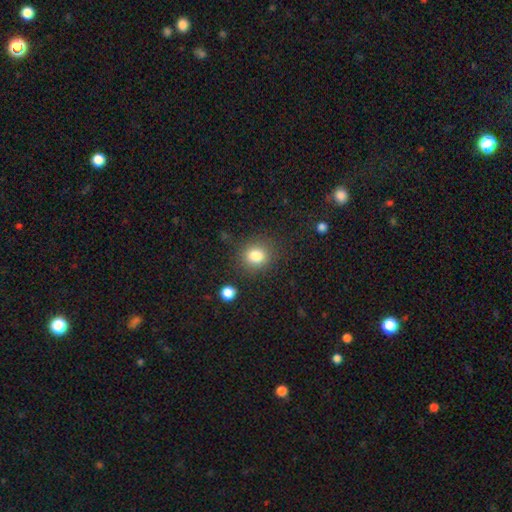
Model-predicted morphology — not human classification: Q: Smooth or featured?
A: smooth (83%); runner-up: star or artifact (11%)
Q: How rounded?
A: round (77%); runner-up: in between (22%)
Q: Merging?
A: none (83%); runner-up: minor disturbance (10%)